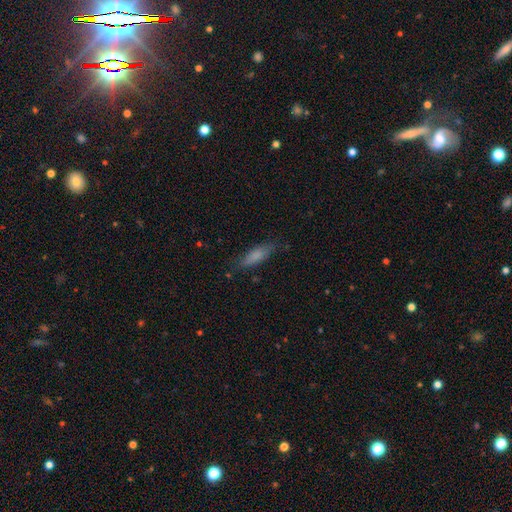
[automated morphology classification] Smooth or featured? smooth (76%)
How rounded? cigar-shaped (57%)
Merging? none (78%)